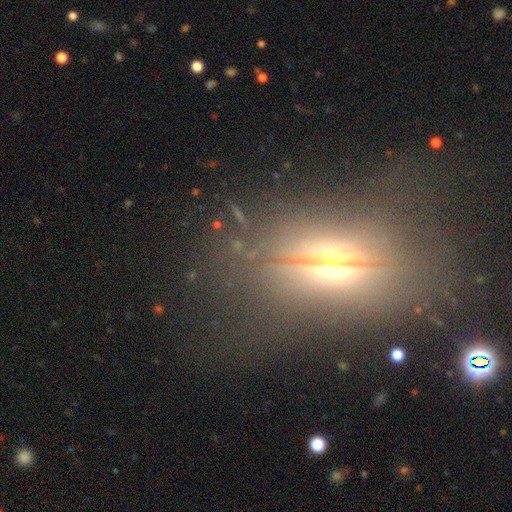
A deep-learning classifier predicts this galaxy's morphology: A featured or disk galaxy (59%) viewed edge-on (77%).

Vote fractions:
- Smooth or featured? featured or disk: 59% / star or artifact: 21% / smooth: 19%
- Edge-on disk? yes: 77% / no: 23%
- Merging? none: 70% / minor disturbance: 14% / major disturbance: 13% / merger: 3%